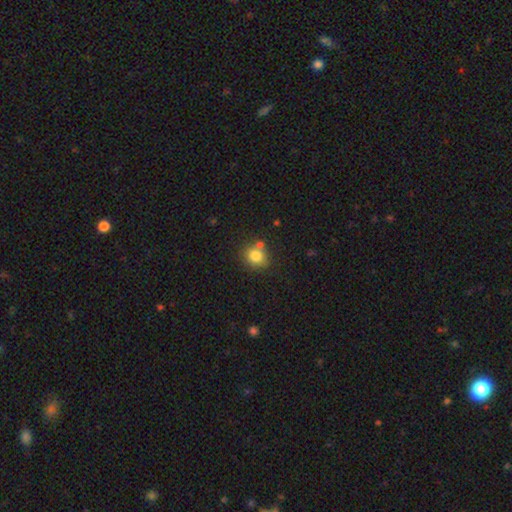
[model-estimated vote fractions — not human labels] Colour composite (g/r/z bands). It shows a smooth galaxy with no disk features (82%) that is round (70%). Merging: none (67%).